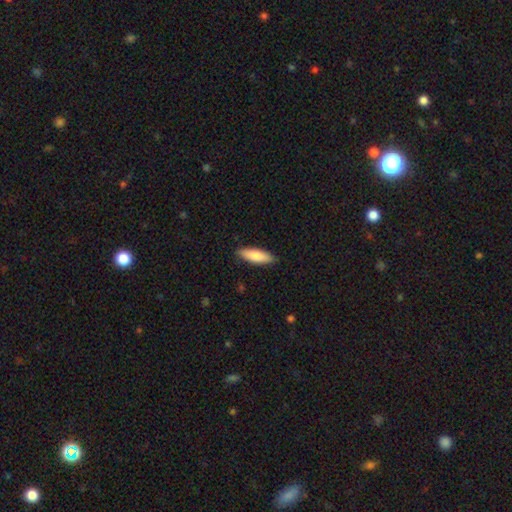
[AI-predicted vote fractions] Smooth or featured? Predicted: smooth (p=0.82). How rounded? Predicted: in between (p=0.53). Merging? Predicted: none (p=0.88).